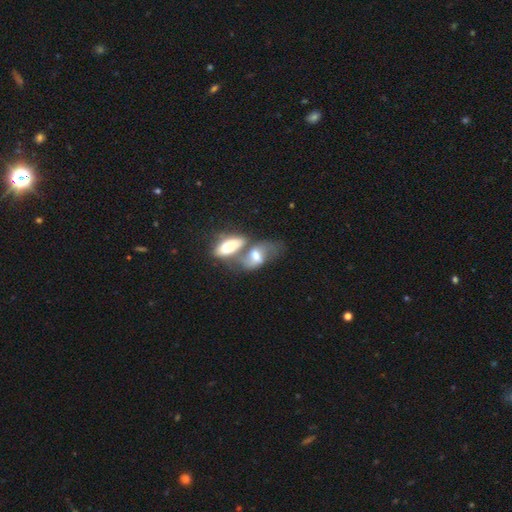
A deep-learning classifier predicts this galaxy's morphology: Smooth or featured: smooth — 48% (featured or disk — 45%)
Merging: merger — 66% (none — 18%)